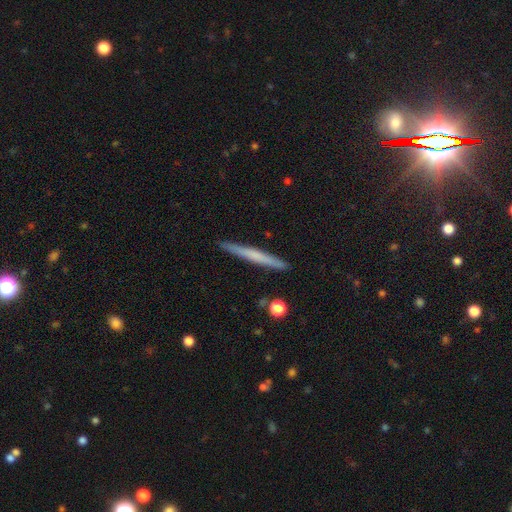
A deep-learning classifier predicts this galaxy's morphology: Smooth or featured? Predicted: smooth (p=0.48). Merging? Predicted: none (p=0.92).